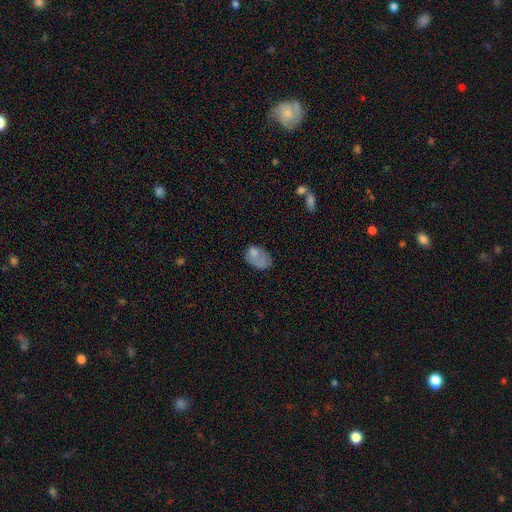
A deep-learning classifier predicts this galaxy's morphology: type=smooth (72%); roundness=in between (84%); merging=none (42%).